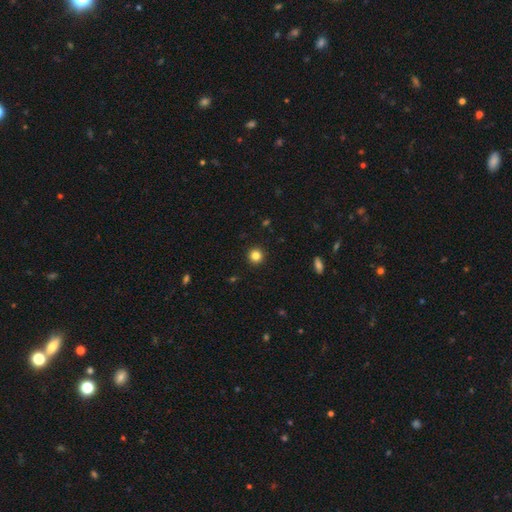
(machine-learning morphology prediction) smooth_or_featured: smooth (p=0.83) [alt: star or artifact p=0.12]
how_rounded: round (p=0.95) [alt: in between p=0.04]
merging: none (p=0.93) [alt: minor disturbance p=0.04]